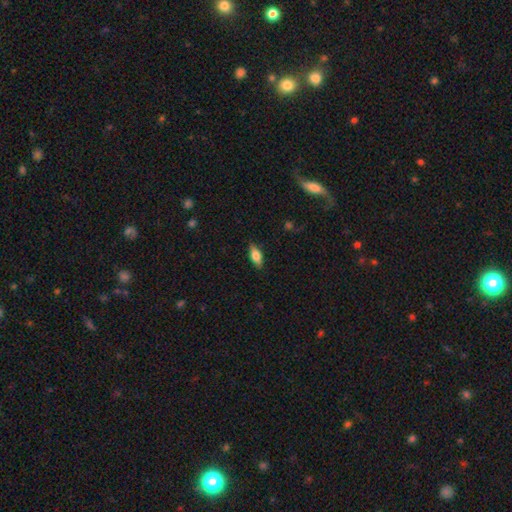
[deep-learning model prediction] Smooth or featured? Predicted: smooth (p=0.70). How rounded? Predicted: in between (p=0.79). Merging? Predicted: none (p=0.84).